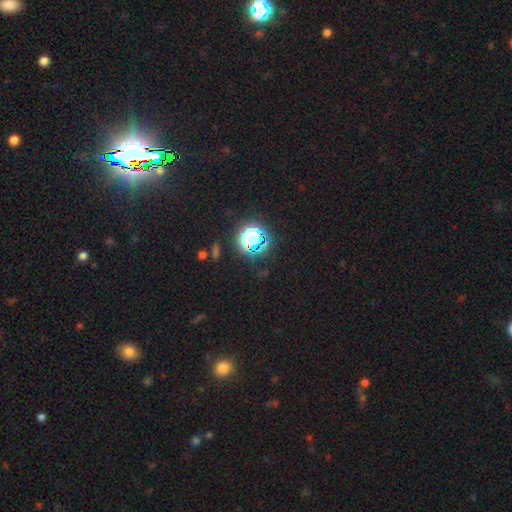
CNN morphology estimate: Smooth or featured: star or artifact — 82% (smooth — 12%)